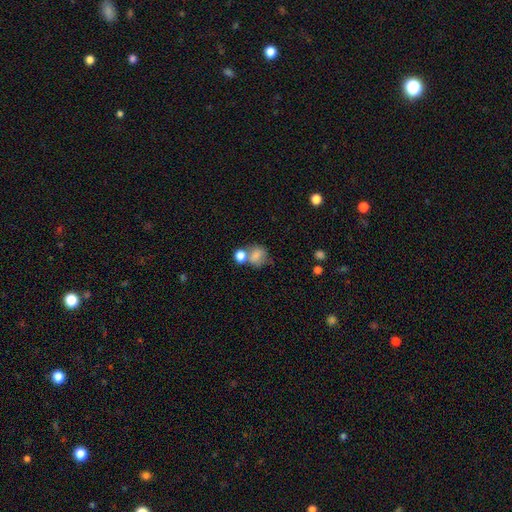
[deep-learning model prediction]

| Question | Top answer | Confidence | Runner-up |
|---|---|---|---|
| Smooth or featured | smooth | 75% | featured or disk (14%) |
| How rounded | round | 63% | in between (35%) |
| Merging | none | 38% | tied: merger (38%) |